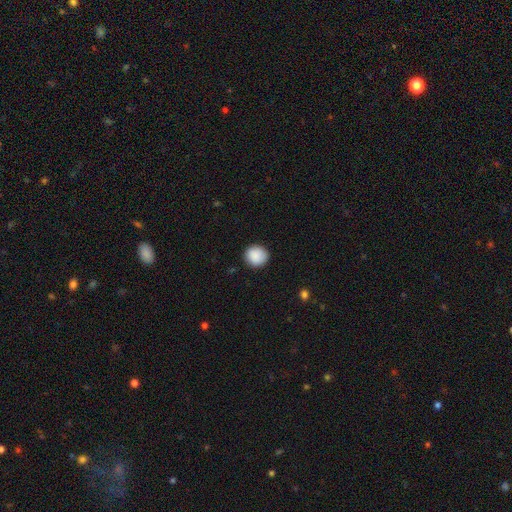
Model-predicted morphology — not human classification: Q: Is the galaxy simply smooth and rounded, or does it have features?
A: smooth — 90%.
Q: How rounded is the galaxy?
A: round — 89%.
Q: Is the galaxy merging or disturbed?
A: none — 89%.